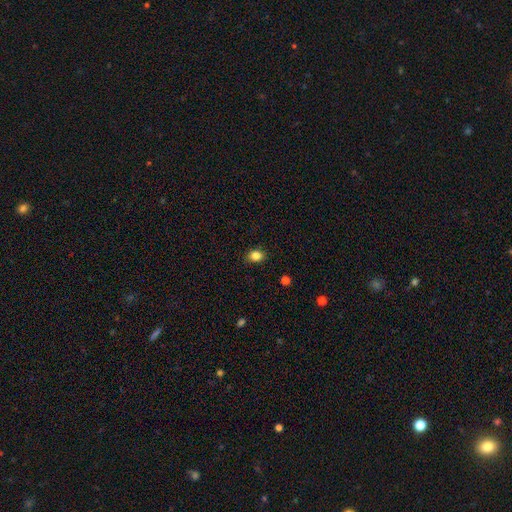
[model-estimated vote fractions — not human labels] Morphology: type=smooth (84%); roundness=in between (55%); merging=none (87%).